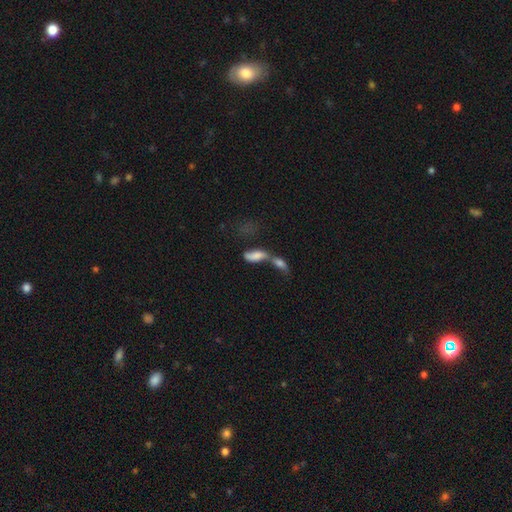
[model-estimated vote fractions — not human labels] smooth 63%, featured or disk 26%, star or artifact 11%. Down the decision tree: how rounded — in between (76%); merging — merger (75%).